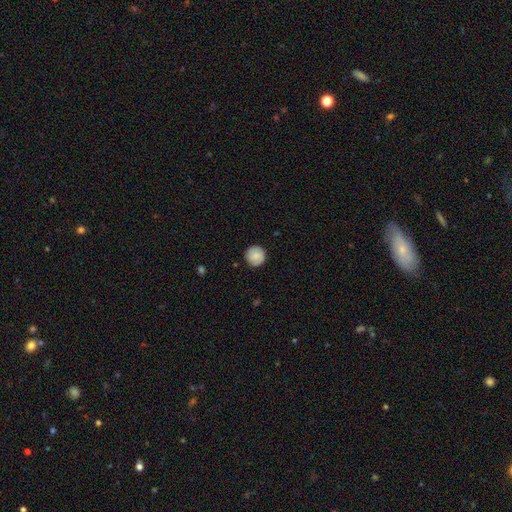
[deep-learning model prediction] smooth 83%, featured or disk 10%, star or artifact 7%. Down the decision tree: how rounded — round (95%); merging — none (88%).